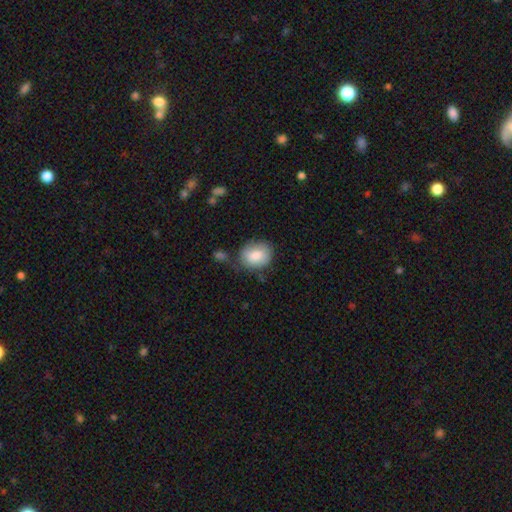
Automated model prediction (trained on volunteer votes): Overall: smooth (83%). How rounded: in between (53%; round 46%). Merging: none (63%; minor disturbance 23%).